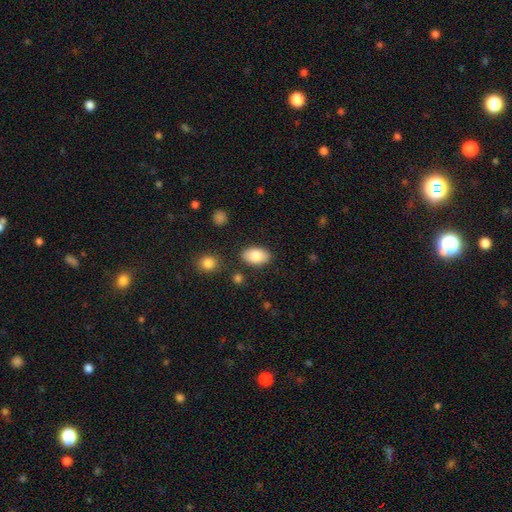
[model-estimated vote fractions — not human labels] Morphology: type=smooth (83%); roundness=in between (91%); merging=none (84%).